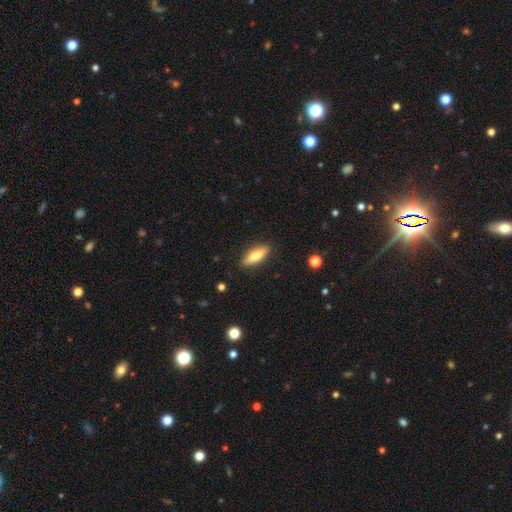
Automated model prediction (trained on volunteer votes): Q: Smooth or featured?
A: smooth (74%); runner-up: featured or disk (20%)
Q: How rounded?
A: in between (56%); runner-up: cigar-shaped (42%)
Q: Merging?
A: none (86%); runner-up: minor disturbance (10%)